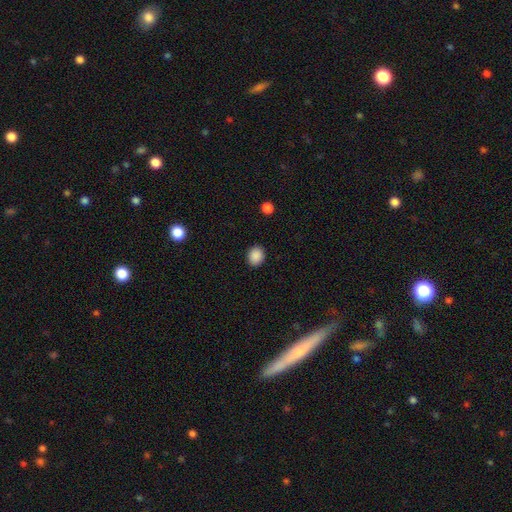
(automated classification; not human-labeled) Q: Smooth or featured?
A: smooth (89%); runner-up: star or artifact (9%)
Q: How rounded?
A: round (62%); runner-up: in between (37%)
Q: Merging?
A: none (90%); runner-up: minor disturbance (7%)